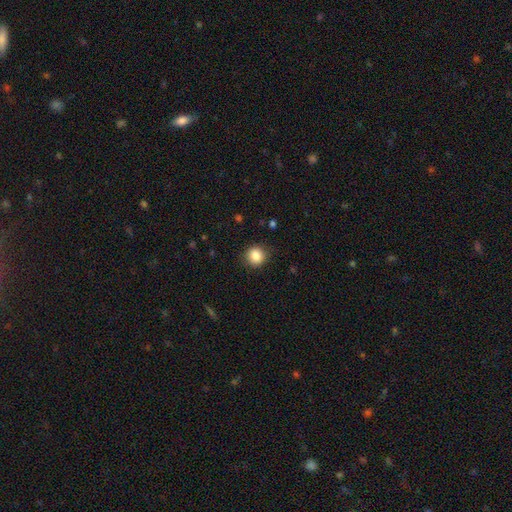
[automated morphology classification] A smooth galaxy with no disk features (86%) that is round (86%).

Vote fractions:
- Smooth or featured? smooth: 86% / star or artifact: 10% / featured or disk: 5%
- How rounded? round: 86% / in between: 13% / cigar-shaped: 1%
- Merging? none: 86% / minor disturbance: 10% / major disturbance: 3% / merger: 1%